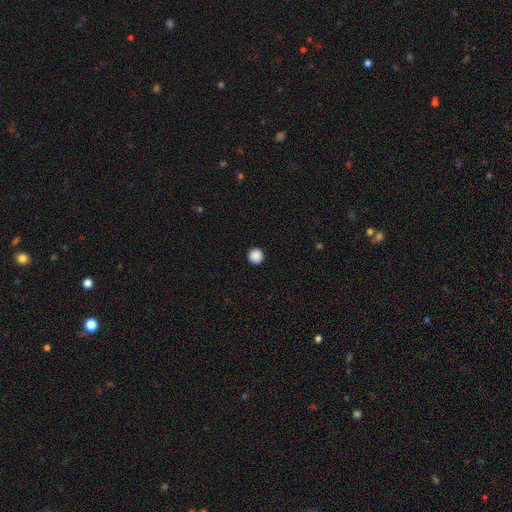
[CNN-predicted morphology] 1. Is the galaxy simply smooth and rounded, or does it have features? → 88% smooth, 9% star or artifact, 2% featured or disk.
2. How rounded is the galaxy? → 96% round, 3% in between, 1% cigar-shaped.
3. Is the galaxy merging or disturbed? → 94% none, 4% minor disturbance, 1% major disturbance, 1% merger.